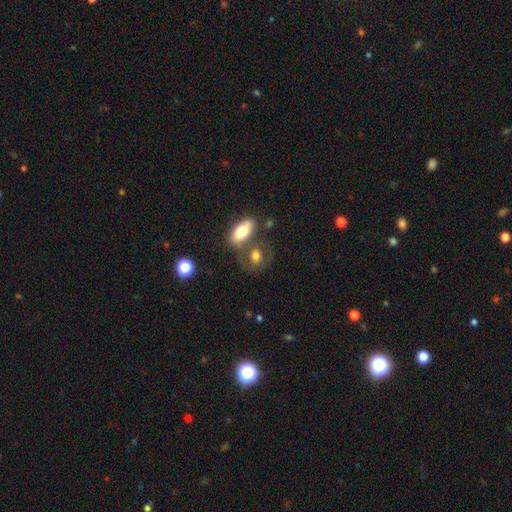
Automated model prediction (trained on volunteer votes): smooth-or-featured: smooth: 66% | featured or disk: 25% | star or artifact: 9%
  how-rounded: in between: 65% | round: 31% | cigar-shaped: 4%
  merging: none: 48% | merger: 30% | minor disturbance: 14% | major disturbance: 8%